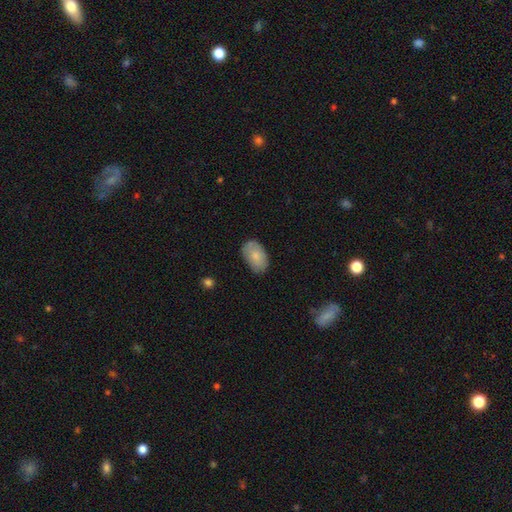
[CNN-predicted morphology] Overall: smooth (81%). How rounded: in between (92%). Merging: none (77%).